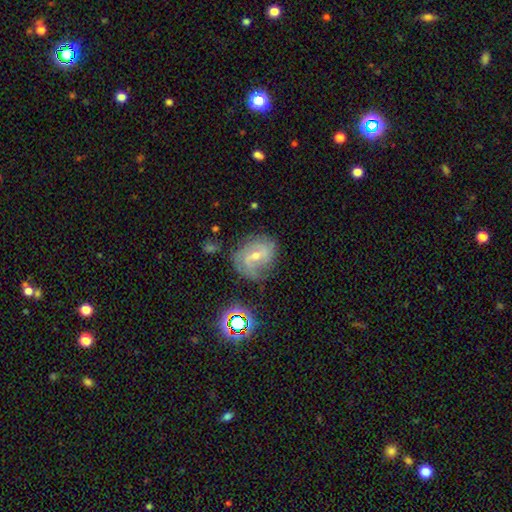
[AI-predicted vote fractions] This appears to be a featured or disk galaxy (75%) with a weak bar (50%), 2 (43%) tight (42%) spiral arms (92%) and a small central bulge (52%). Merging: none (65%).